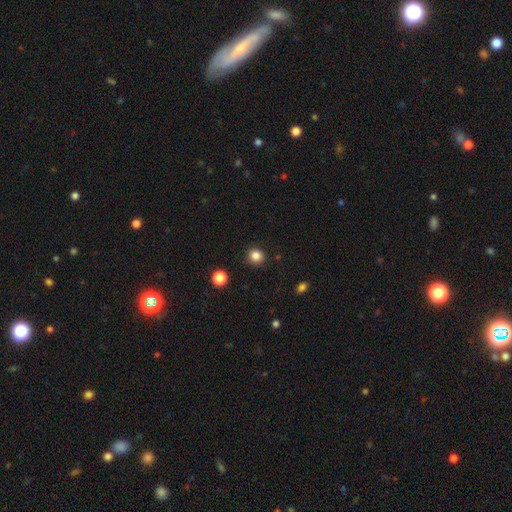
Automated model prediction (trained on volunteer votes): Smooth or featured?
  - smooth: 84% *
  - star or artifact: 12%
  - featured or disk: 4%
How rounded?
  - round: 91% *
  - in between: 8%
  - cigar-shaped: 1%
Merging?
  - none: 91% *
  - minor disturbance: 6%
  - major disturbance: 2%
  - merger: 1%